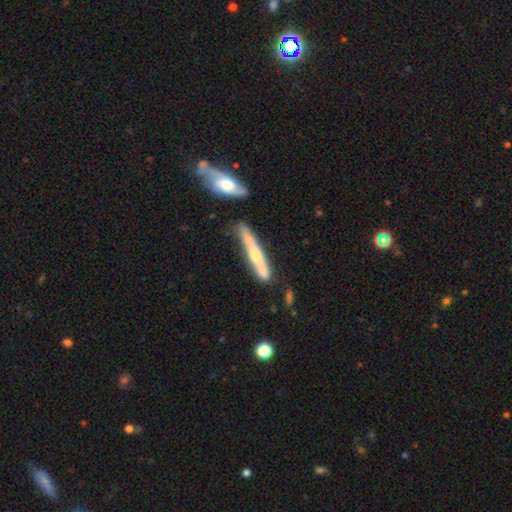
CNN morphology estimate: Q: Smooth or featured?
A: featured or disk (53%); runner-up: smooth (41%)
Q: Edge-on disk?
A: yes (85%); runner-up: no (15%)
Q: Merging?
A: none (63%); runner-up: minor disturbance (20%)